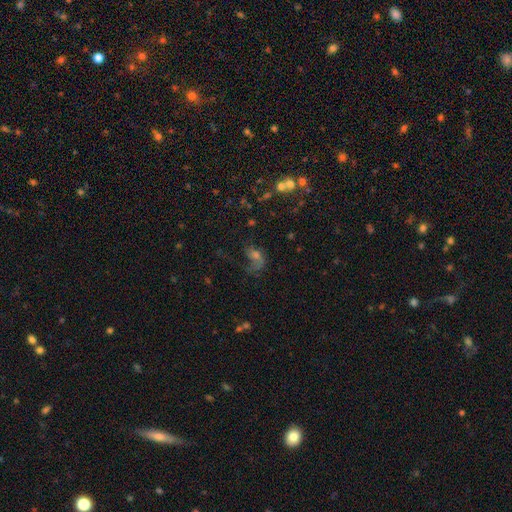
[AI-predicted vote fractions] A featured or disk galaxy (45%).

Vote fractions:
- Smooth or featured? featured or disk: 45% / smooth: 32% / star or artifact: 23%
- Merging? major disturbance: 39% / none: 36% / minor disturbance: 19% / merger: 6%